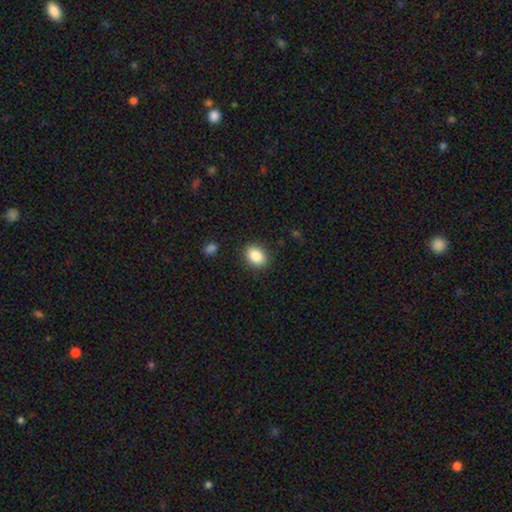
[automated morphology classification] The model was most divided on "how rounded": in between: 67%, round: 32%, cigar-shaped: 1%. More confident: merging — none (87%); smooth or featured — smooth (86%).